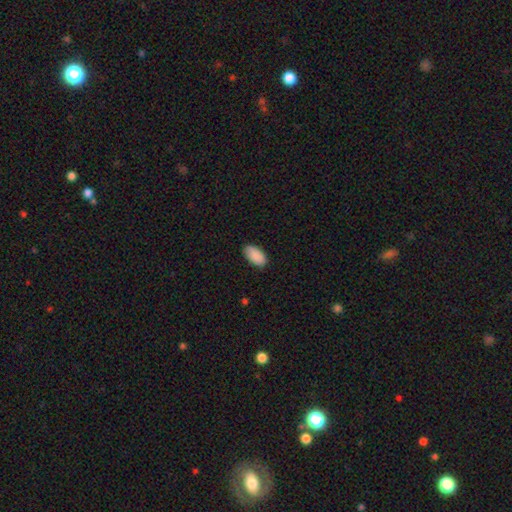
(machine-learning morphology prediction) smooth 91%, star or artifact 7%, featured or disk 3%. Down the decision tree: how rounded — in between (95%); merging — none (87%).